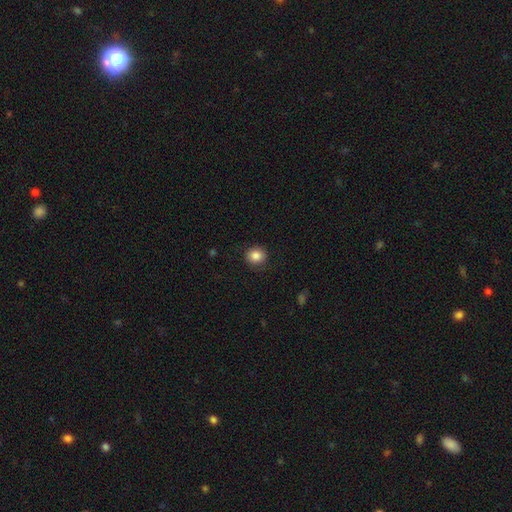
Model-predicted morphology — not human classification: Smooth or featured? smooth (86%)
How rounded? round (84%)
Merging? none (88%)